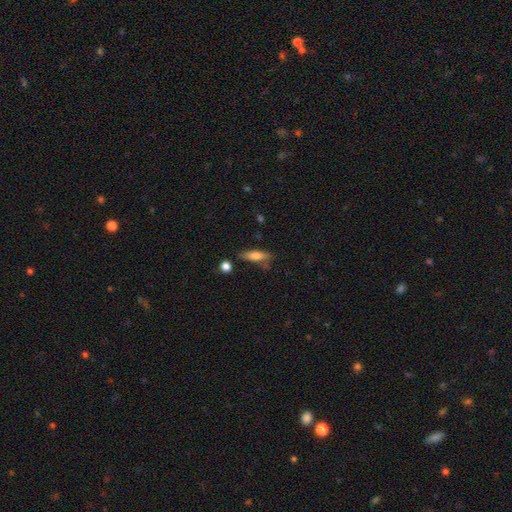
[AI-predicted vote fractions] smooth 67%, featured or disk 26%, star or artifact 8%. Down the decision tree: how rounded — cigar-shaped (54%); merging — none (68%).